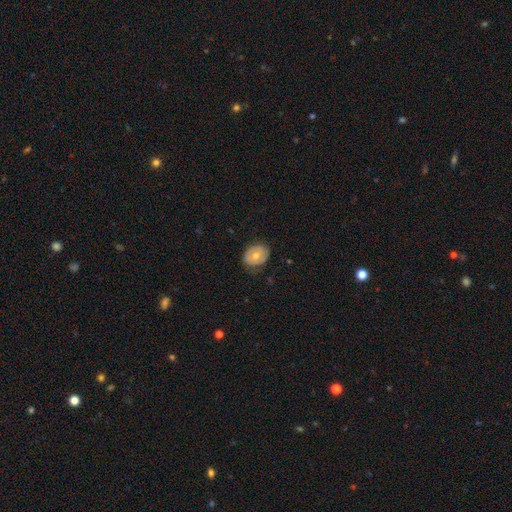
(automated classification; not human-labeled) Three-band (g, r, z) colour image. It shows a smooth galaxy with no disk features (52%) that is in between round and cigar-shaped (51%). Merging: none (74%).